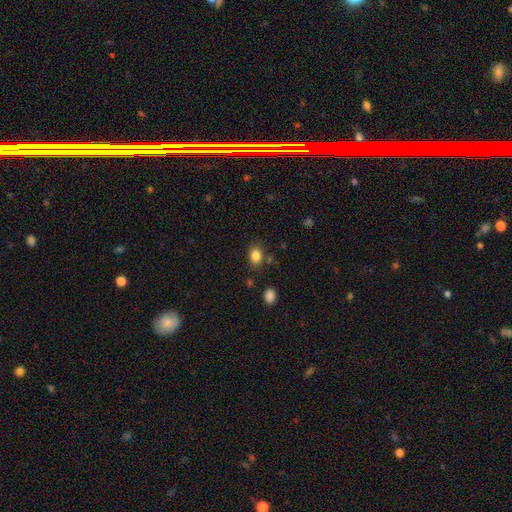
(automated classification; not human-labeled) Smooth or featured: smooth — 85% (star or artifact — 11%)
How rounded: in between — 62% (round — 37%)
Merging: none — 79% (minor disturbance — 13%)